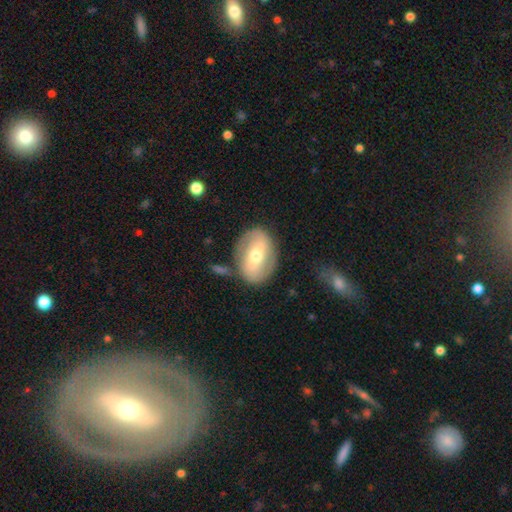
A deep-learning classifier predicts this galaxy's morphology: smooth_or_featured: featured or disk (p=0.62) [alt: smooth p=0.32]
disk_edge_on: no (p=0.93) [alt: yes p=0.07]
bar: strong (p=0.41) [alt: weak p=0.32]
has_spiral_arms: yes (p=0.58) [alt: no p=0.42]
bulge_size: moderate (p=0.62) [alt: small p=0.32]
merging: none (p=0.76) [alt: minor disturbance p=0.14]